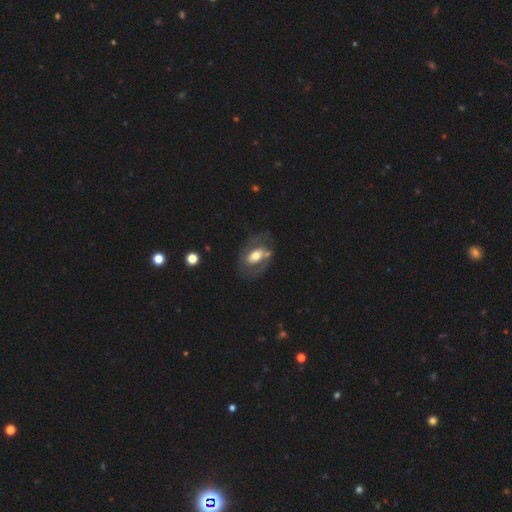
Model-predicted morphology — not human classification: The model was most divided on "smooth or featured": featured or disk: 54%, smooth: 40%, star or artifact: 6%. More confident: edge-on disk — no (91%); merging — none (61%).